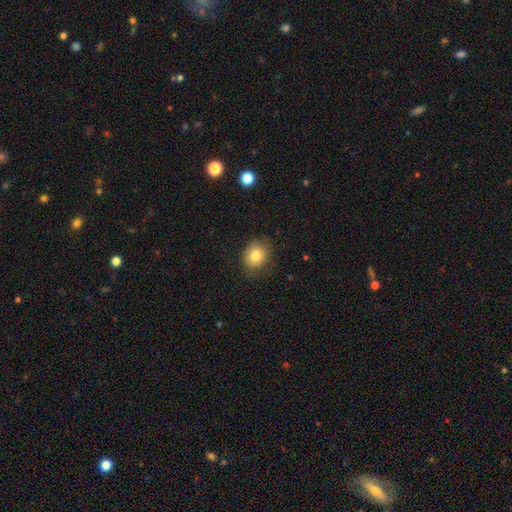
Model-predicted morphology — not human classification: Smooth or featured: smooth — 79% (featured or disk — 11%)
How rounded: round — 58% (in between — 41%)
Merging: none — 75% (minor disturbance — 19%)